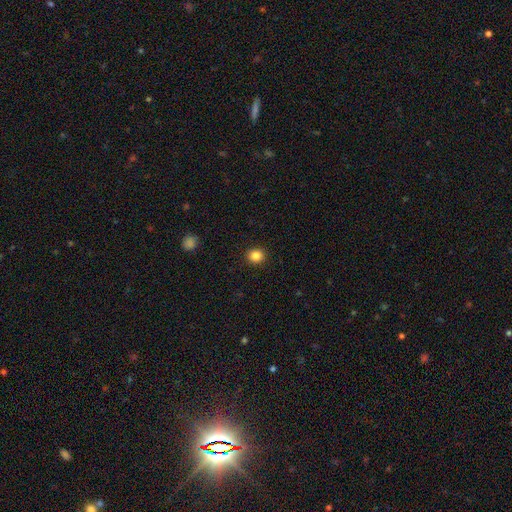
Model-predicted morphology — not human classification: The model was most divided on "how rounded": round: 82%, in between: 17%, cigar-shaped: 1%. More confident: merging — none (92%); smooth or featured — smooth (85%).